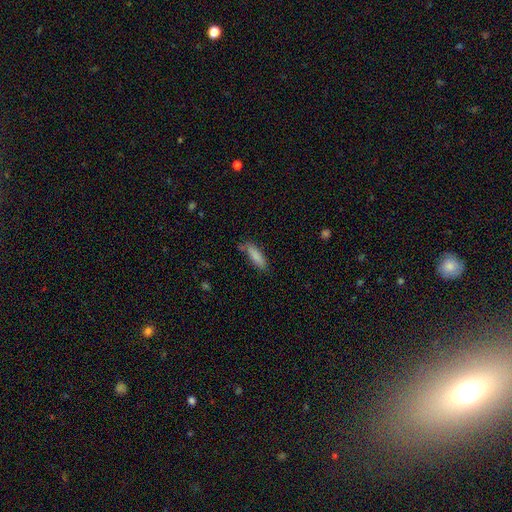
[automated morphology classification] The model was most divided on "how rounded": cigar-shaped: 60%, in between: 38%, round: 2%. More confident: smooth or featured — smooth (86%); merging — none (73%).